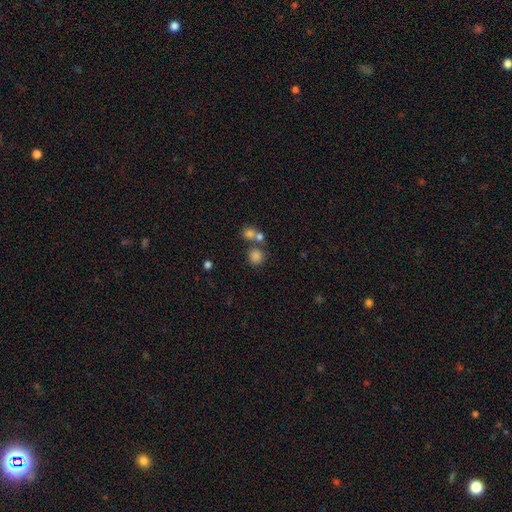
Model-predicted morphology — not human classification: smooth-or-featured: smooth: 79% | star or artifact: 14% | featured or disk: 7%
  how-rounded: round: 88% | in between: 11% | cigar-shaped: 1%
  merging: none: 61% | merger: 27% | minor disturbance: 8% | major disturbance: 4%